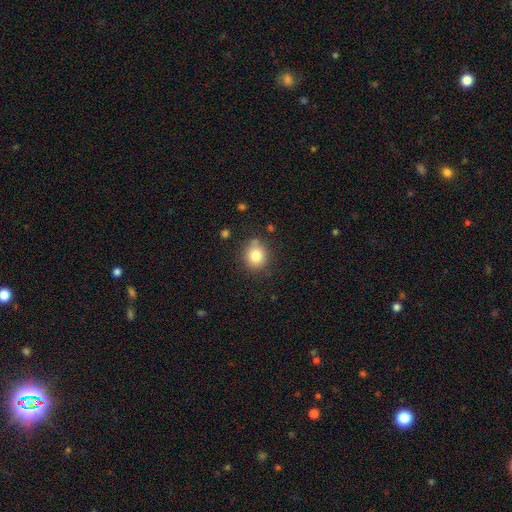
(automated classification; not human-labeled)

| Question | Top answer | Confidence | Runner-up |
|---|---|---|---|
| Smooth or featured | smooth | 81% | star or artifact (11%) |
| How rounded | round | 76% | in between (23%) |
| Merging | none | 78% | minor disturbance (14%) |